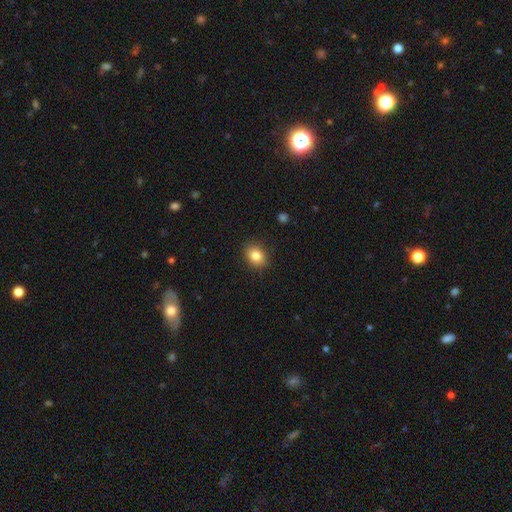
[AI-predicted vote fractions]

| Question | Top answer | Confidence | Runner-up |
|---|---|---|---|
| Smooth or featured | smooth | 83% | star or artifact (9%) |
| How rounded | in between | 63% | round (36%) |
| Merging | none | 89% | minor disturbance (8%) |